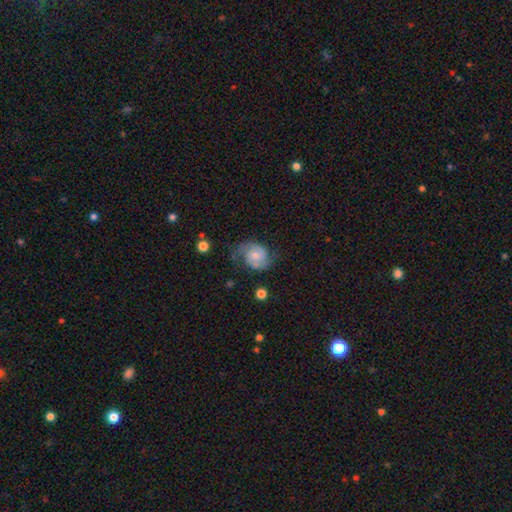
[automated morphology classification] Overall: featured or disk (71%). Edge-on disk: no (98%). Bar: no (63%; weak 33%). Spiral arms: yes (93%). Spiral arm count: 2 (84%). Spiral winding: medium (47%; tight 33%). Bulge size: small (47%; moderate 41%). Merging: none (59%; minor disturbance 25%).